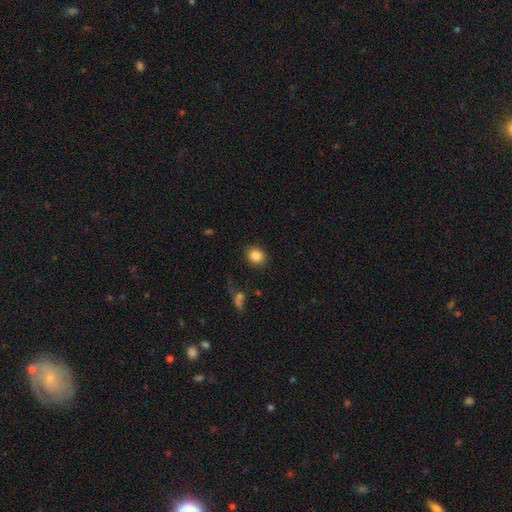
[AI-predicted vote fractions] smooth_or_featured: smooth (p=0.86) [alt: star or artifact p=0.10]
how_rounded: round (p=0.76) [alt: in between p=0.23]
merging: none (p=0.88) [alt: minor disturbance p=0.08]